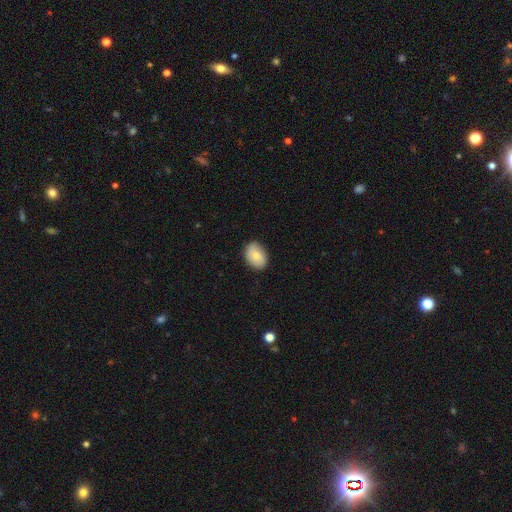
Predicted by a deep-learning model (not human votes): Morphology: type=smooth (79%); roundness=in between (78%); merging=none (83%).